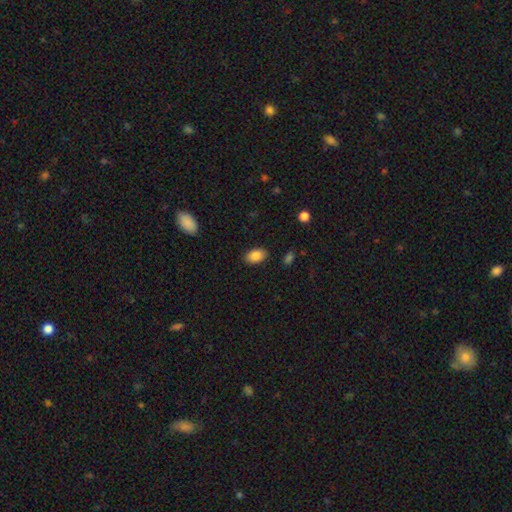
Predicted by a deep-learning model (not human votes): A smooth galaxy with no disk features (86%) that is in between round and cigar-shaped (89%). Merging: none (86%).